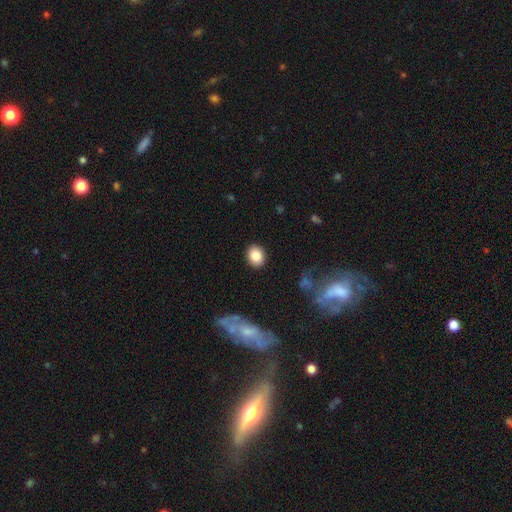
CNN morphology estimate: Smooth or featured? smooth (85%)
How rounded? round (61%)
Merging? none (89%)